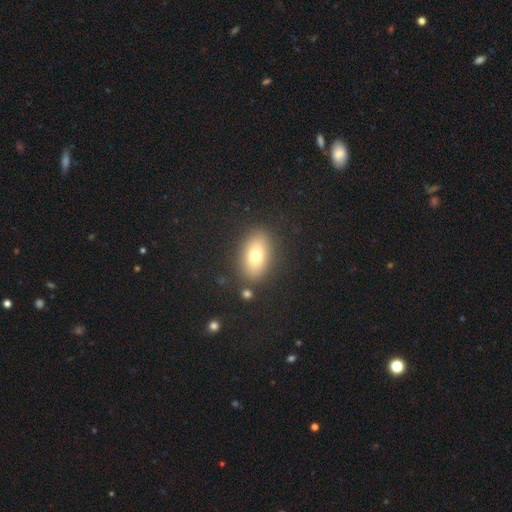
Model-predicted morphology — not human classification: This is likely a smooth galaxy (73%). How rounded: clearly in between (86%). Merging: clearly none (85%).